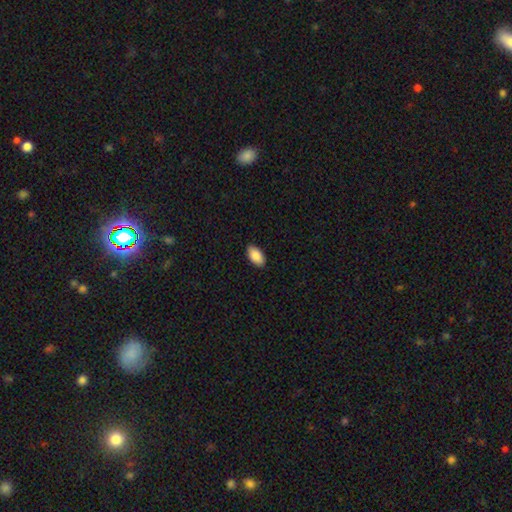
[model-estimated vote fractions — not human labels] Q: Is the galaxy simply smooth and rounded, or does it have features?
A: smooth — 89%.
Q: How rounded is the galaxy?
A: in between — 94%.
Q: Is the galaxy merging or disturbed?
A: none — 88%.